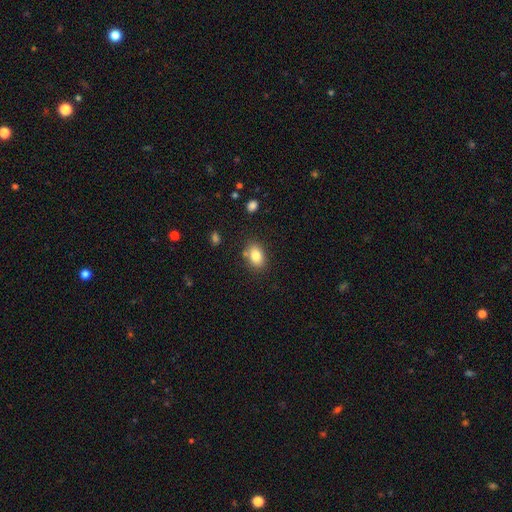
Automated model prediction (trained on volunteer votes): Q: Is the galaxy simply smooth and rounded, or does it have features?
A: smooth — 83%.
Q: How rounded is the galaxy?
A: in between — 77%.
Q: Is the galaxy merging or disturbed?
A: none — 78%.